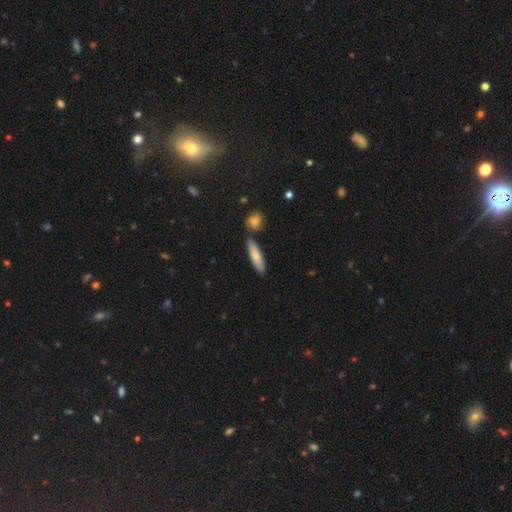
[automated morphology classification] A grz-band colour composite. It shows a smooth galaxy with no disk features (73%) that is cigar-shaped (71%). Merging: none (77%).